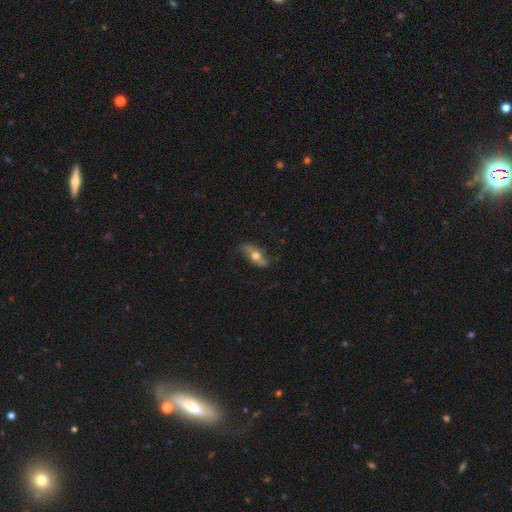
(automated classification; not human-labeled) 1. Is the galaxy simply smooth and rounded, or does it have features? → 49% featured or disk, 44% smooth, 7% star or artifact.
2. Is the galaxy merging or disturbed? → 77% none, 17% minor disturbance, 4% major disturbance, 1% merger.